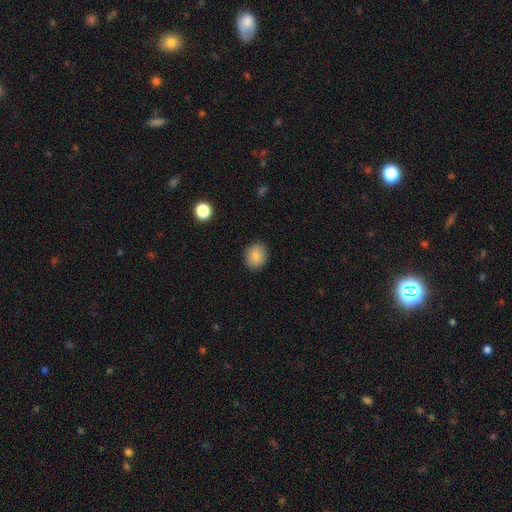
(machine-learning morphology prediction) smooth_or_featured: smooth (p=0.84) [alt: star or artifact p=0.09]
how_rounded: round (p=0.68) [alt: in between p=0.31]
merging: none (p=0.90) [alt: minor disturbance p=0.07]